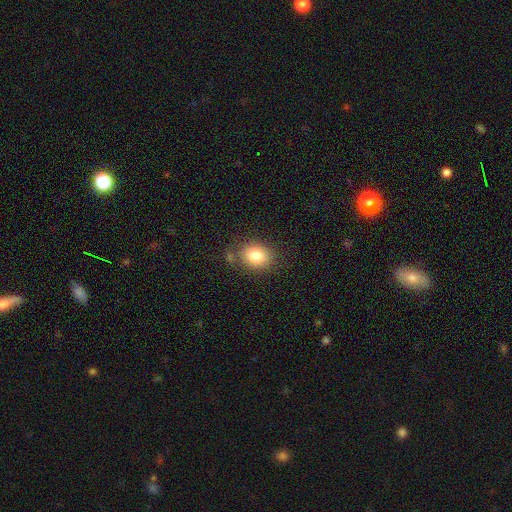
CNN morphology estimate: Smooth or featured?
  - smooth: 82% *
  - star or artifact: 10%
  - featured or disk: 9%
How rounded?
  - round: 56% *
  - in between: 43%
  - cigar-shaped: 1%
Merging?
  - none: 78% *
  - minor disturbance: 14%
  - merger: 4%
  - major disturbance: 4%